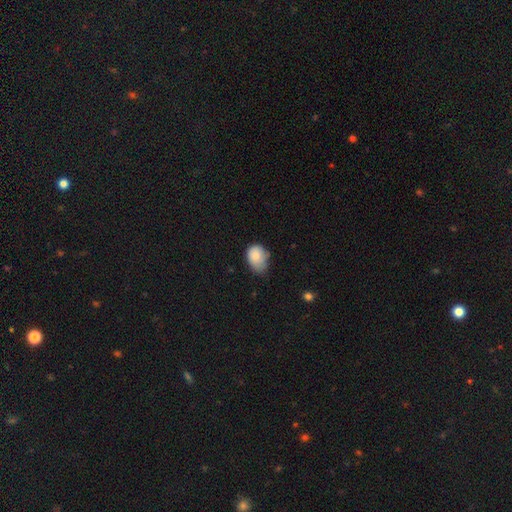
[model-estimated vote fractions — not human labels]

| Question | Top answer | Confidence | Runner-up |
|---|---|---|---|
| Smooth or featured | smooth | 83% | featured or disk (9%) |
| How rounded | in between | 68% | round (31%) |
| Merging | minor disturbance | 50% | none (31%) |